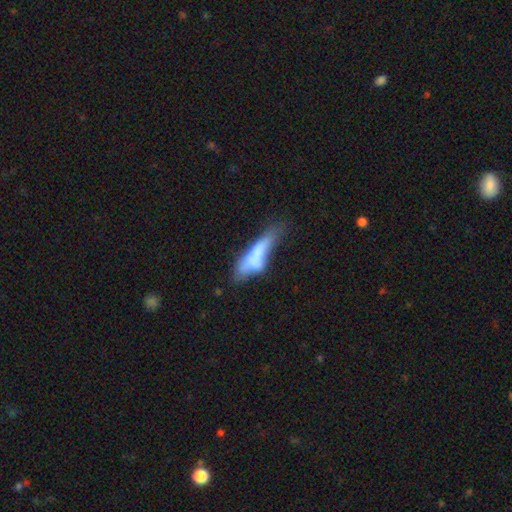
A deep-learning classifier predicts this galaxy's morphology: Overall: smooth (54%; featured or disk 35%). How rounded: cigar-shaped (72%). Merging: none (36%; minor disturbance 29%).